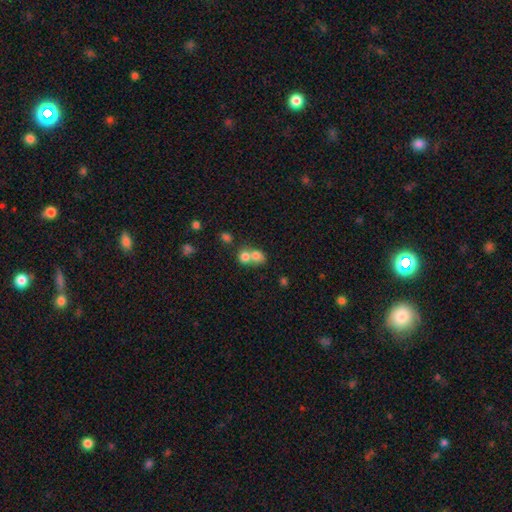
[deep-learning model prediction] smooth 75%, featured or disk 14%, star or artifact 11%. Down the decision tree: how rounded — round (62%); merging — merger (65%).